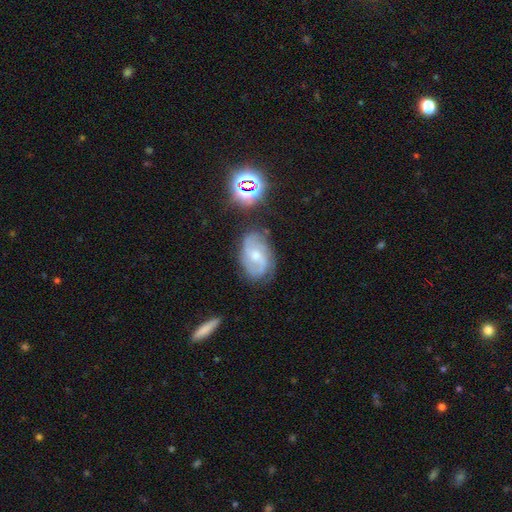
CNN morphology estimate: Smooth or featured: featured or disk — 76% (smooth — 15%)
Edge-on disk: no — 97% (yes — 3%)
Bar: no — 47% (weak — 44%)
Spiral arms: yes — 93% (no — 7%)
Spiral winding: medium — 49% (tight — 29%)
Spiral arm count: 2 — 52% (3 — 20%)
Bulge size: moderate — 53% (small — 40%)
Merging: none — 68% (minor disturbance — 21%)